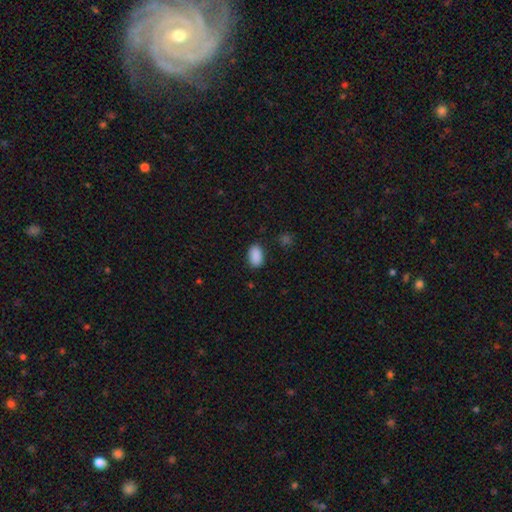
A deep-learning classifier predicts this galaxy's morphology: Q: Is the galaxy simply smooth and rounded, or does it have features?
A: smooth — 89%.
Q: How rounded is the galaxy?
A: in between — 92%.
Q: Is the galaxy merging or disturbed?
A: none — 85%.